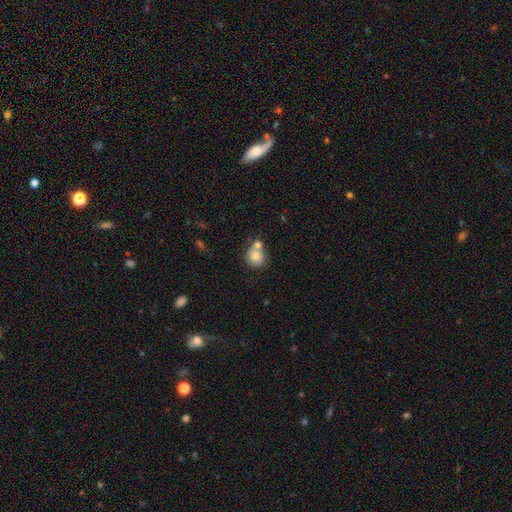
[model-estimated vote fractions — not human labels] Smooth or featured?
  - smooth: 78% *
  - featured or disk: 13%
  - star or artifact: 9%
How rounded?
  - round: 83% *
  - in between: 16%
  - cigar-shaped: 1%
Merging?
  - none: 45% *
  - merger: 40%
  - minor disturbance: 11%
  - major disturbance: 4%